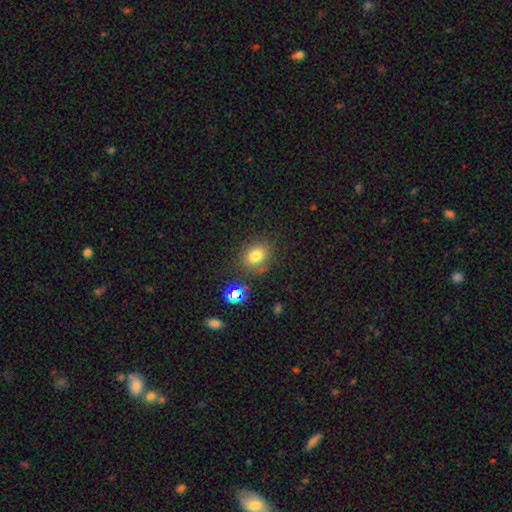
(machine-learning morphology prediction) This is likely a smooth galaxy (76%). How rounded: likely round (60%). Merging: likely none (76%).